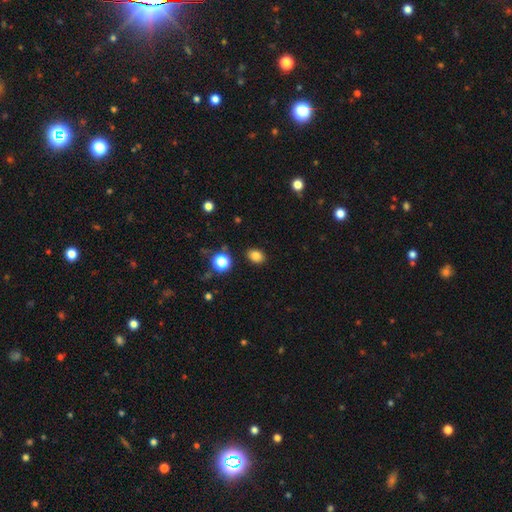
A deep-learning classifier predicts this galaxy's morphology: Smooth or featured? Predicted: smooth (p=0.83). How rounded? Predicted: in between (p=0.62). Merging? Predicted: none (p=0.87).